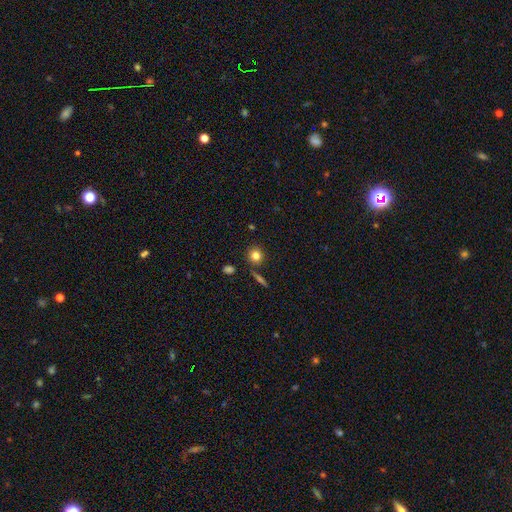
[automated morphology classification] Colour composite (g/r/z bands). It shows a smooth galaxy with no disk features (80%) that is round (89%). Merging: none (83%).